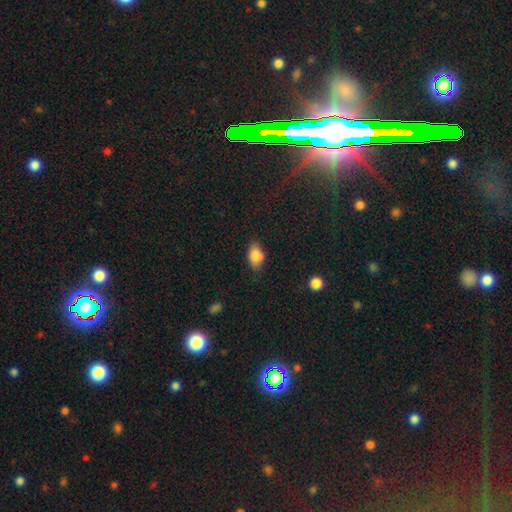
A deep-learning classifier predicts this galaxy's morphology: Smooth or featured? Predicted: smooth (p=0.85). How rounded? Predicted: in between (p=0.87). Merging? Predicted: none (p=0.72).